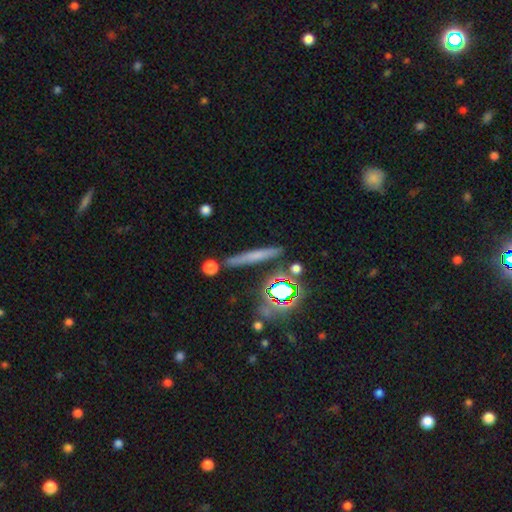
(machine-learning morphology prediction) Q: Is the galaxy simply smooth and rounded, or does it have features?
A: smooth — 50%.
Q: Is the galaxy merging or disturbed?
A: none — 84%.